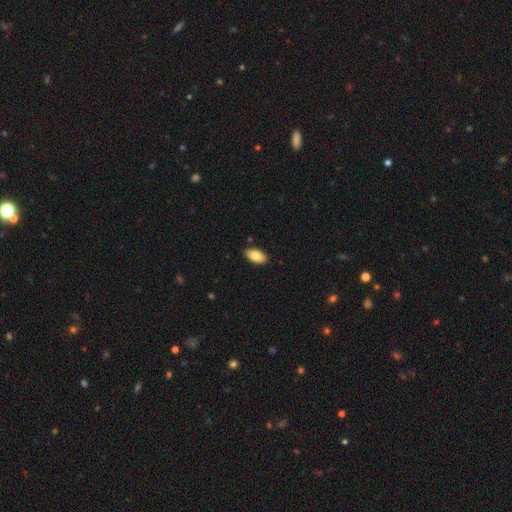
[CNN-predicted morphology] smooth_or_featured: smooth (p=0.84) [alt: featured or disk p=0.09]
how_rounded: in between (p=0.94) [alt: cigar-shaped p=0.03]
merging: none (p=0.89) [alt: minor disturbance p=0.08]